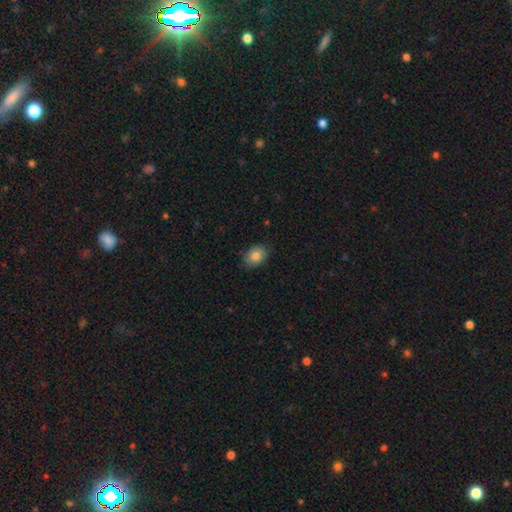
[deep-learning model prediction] A smooth galaxy with no disk features (84%) that is in between round and cigar-shaped (76%). Merging: none (82%).